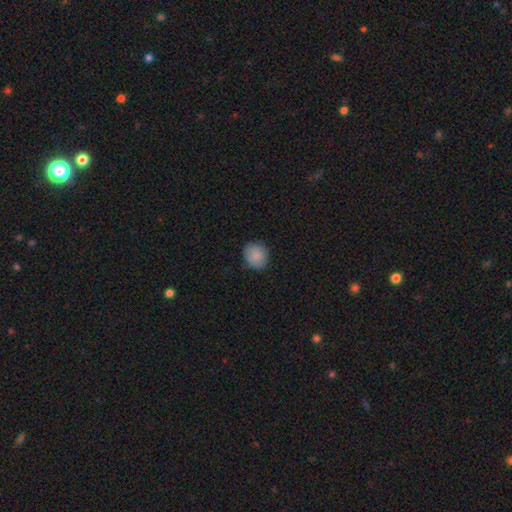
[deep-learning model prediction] Smooth or featured?
  - smooth: 87% *
  - star or artifact: 8%
  - featured or disk: 5%
How rounded?
  - round: 72% *
  - in between: 27%
  - cigar-shaped: 1%
Merging?
  - none: 81% *
  - minor disturbance: 15%
  - major disturbance: 3%
  - merger: 1%